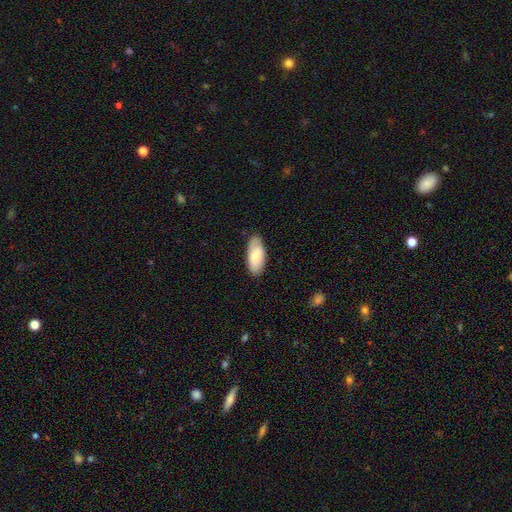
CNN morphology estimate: smooth 71%, featured or disk 23%, star or artifact 6%. Down the decision tree: how rounded — in between (89%); merging — none (83%).